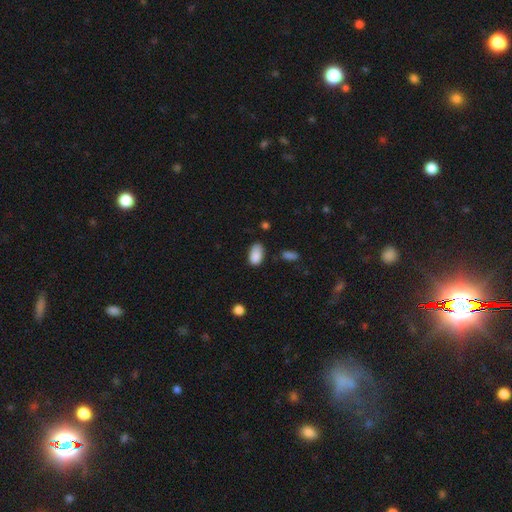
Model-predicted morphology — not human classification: Overall: smooth (87%). How rounded: in between (92%). Merging: none (59%; minor disturbance 31%).